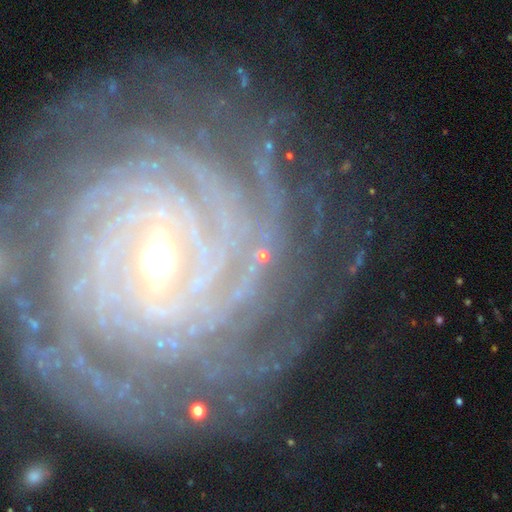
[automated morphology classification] Smooth or featured: featured or disk — 87% (star or artifact — 8%)
Edge-on disk: no — 96% (yes — 4%)
Bar: no — 38% (weak — 32%)
Spiral arms: yes — 96% (no — 4%)
Spiral winding: tight — 76% (medium — 18%)
Spiral arm count: more than 4 — 29% (can't tell — 23%)
Bulge size: moderate — 54% (small — 37%)
Merging: none — 73% (minor disturbance — 14%)